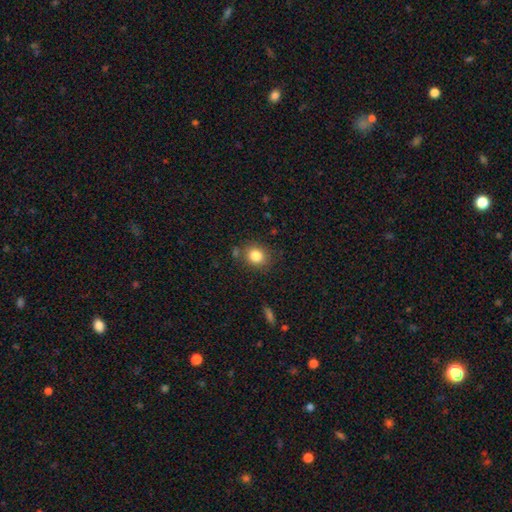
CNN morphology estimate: A smooth galaxy with no disk features (83%) that is round (74%).

Vote fractions:
- Smooth or featured? smooth: 83% / star or artifact: 10% / featured or disk: 6%
- How rounded? round: 74% / in between: 25% / cigar-shaped: 1%
- Merging? none: 81% / minor disturbance: 11% / merger: 5% / major disturbance: 3%